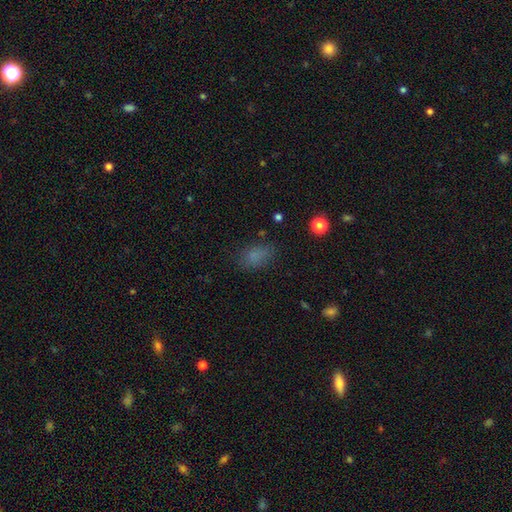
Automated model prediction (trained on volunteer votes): This appears to be a smooth galaxy with no disk features (76%) that is in between round and cigar-shaped (84%). Merging: none (71%).